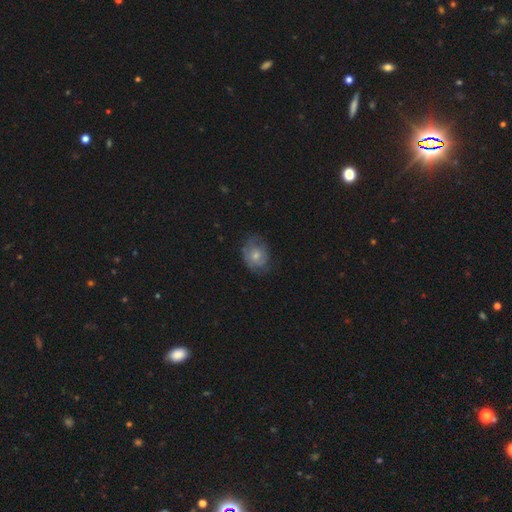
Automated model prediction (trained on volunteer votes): Morphology: type=smooth (58%); roundness=in between (54%); merging=none (58%).